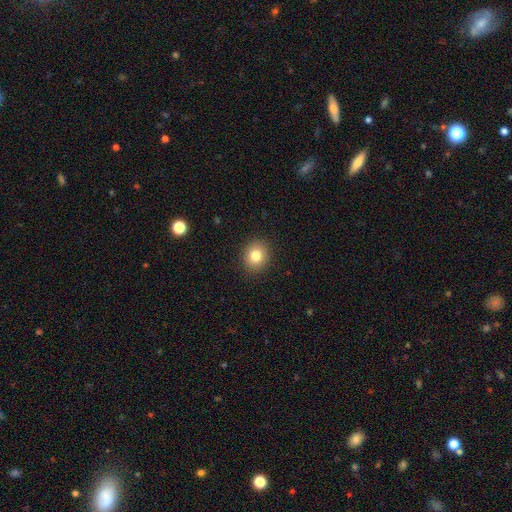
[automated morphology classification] A smooth galaxy with no disk features (81%) that is round (73%). Merging: none (91%).